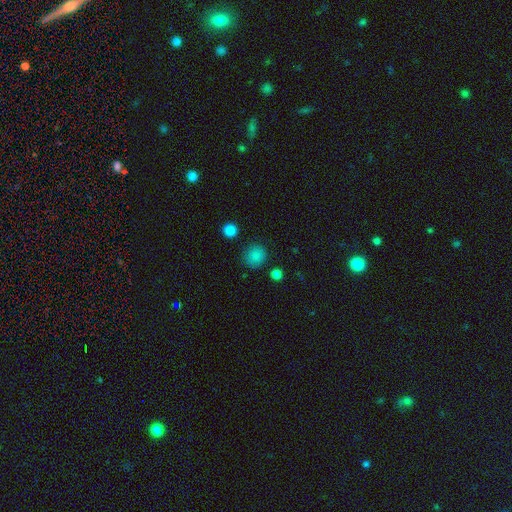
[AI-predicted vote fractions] smooth-or-featured: smooth: 84% | star or artifact: 12% | featured or disk: 4%
  how-rounded: round: 89% | in between: 10% | cigar-shaped: 1%
  merging: none: 85% | minor disturbance: 10% | major disturbance: 3% | merger: 2%